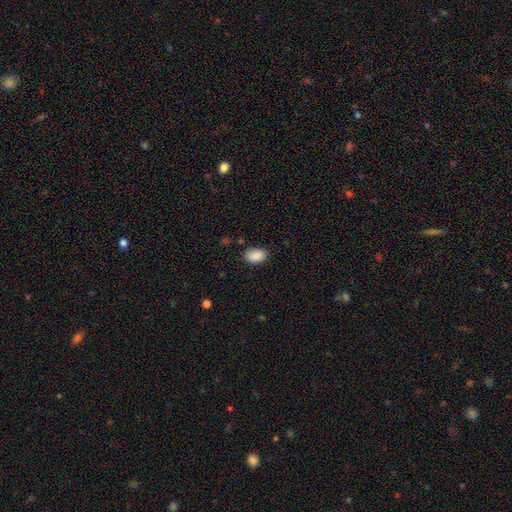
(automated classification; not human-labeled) A smooth galaxy with no disk features (89%) that is in between round and cigar-shaped (88%).

Vote fractions:
- Smooth or featured? smooth: 89% / star or artifact: 8% / featured or disk: 3%
- How rounded? in between: 88% / round: 11% / cigar-shaped: 1%
- Merging? none: 84% / minor disturbance: 12% / major disturbance: 3% / merger: 2%